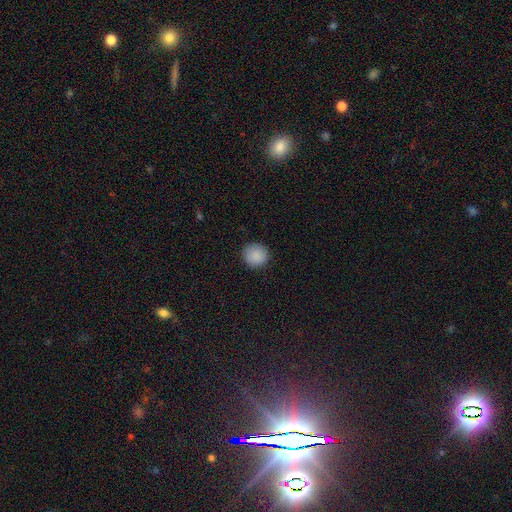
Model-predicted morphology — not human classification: smooth 88%, star or artifact 9%, featured or disk 3%. Down the decision tree: how rounded — round (92%); merging — none (90%).